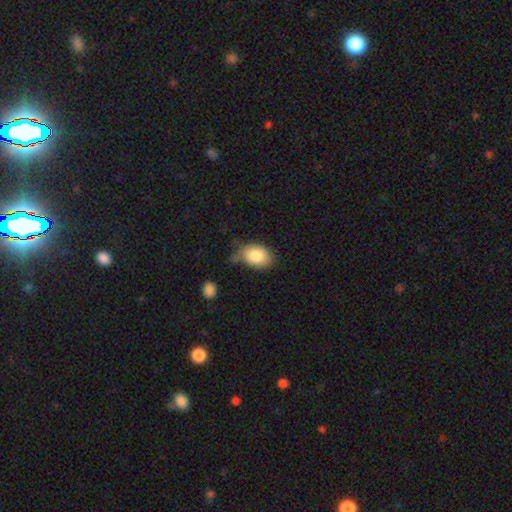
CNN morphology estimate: This is clearly a smooth galaxy (84%). How rounded: clearly in between (83%). Merging: possibly none (56%).